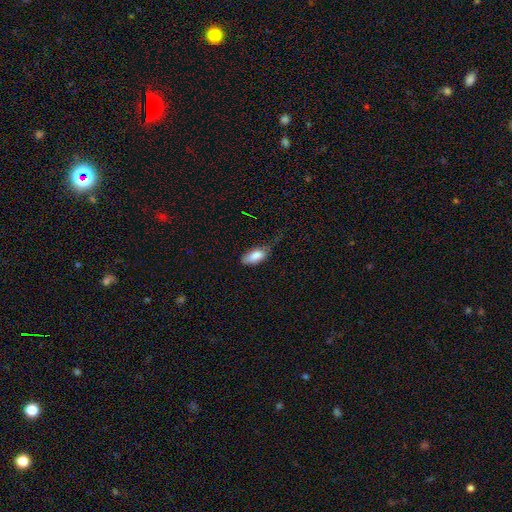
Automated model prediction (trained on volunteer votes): A smooth galaxy with no disk features (82%) that is in between round and cigar-shaped (88%).

Vote fractions:
- Smooth or featured? smooth: 82% / featured or disk: 11% / star or artifact: 7%
- How rounded? in between: 88% / cigar-shaped: 9% / round: 3%
- Merging? minor disturbance: 40% / none: 37% / major disturbance: 21% / merger: 2%